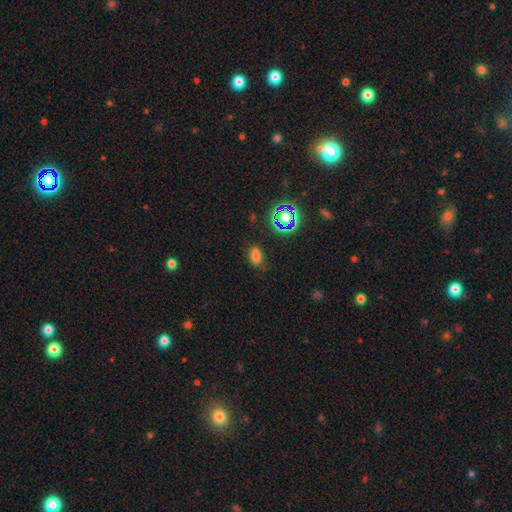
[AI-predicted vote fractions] smooth 70%, star or artifact 22%, featured or disk 9%. Down the decision tree: how rounded — in between (83%); merging — none (76%).